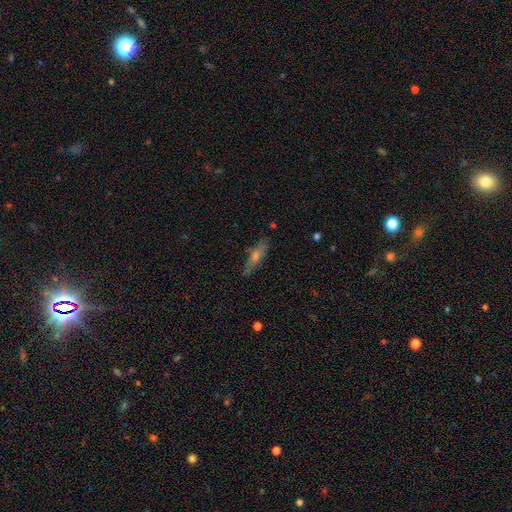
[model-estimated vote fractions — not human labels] Morphology: type=featured or disk (50%); merging=none (82%).